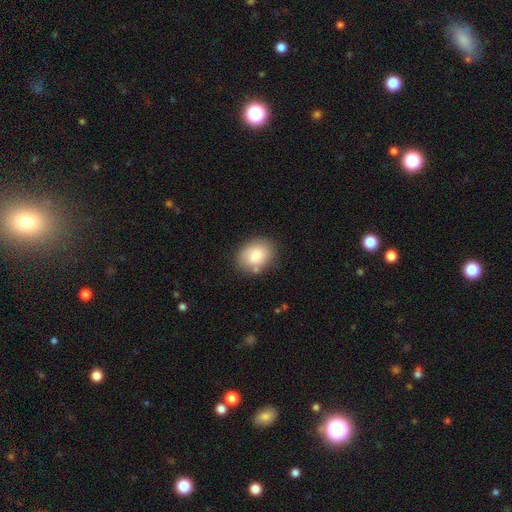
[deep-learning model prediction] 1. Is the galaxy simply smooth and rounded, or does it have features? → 80% smooth, 12% featured or disk, 8% star or artifact.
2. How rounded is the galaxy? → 59% in between, 40% round, 1% cigar-shaped.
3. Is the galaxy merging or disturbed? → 75% none, 16% minor disturbance, 6% merger, 4% major disturbance.